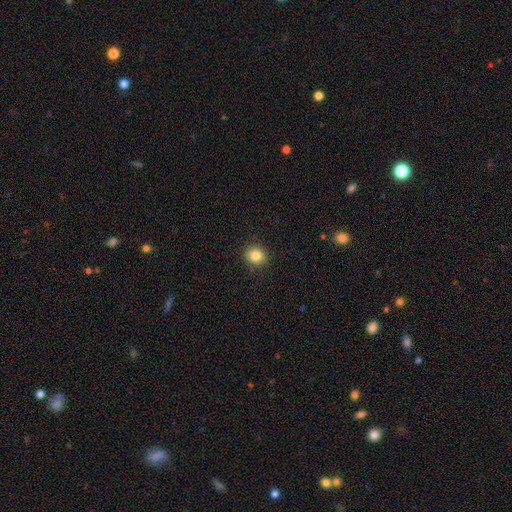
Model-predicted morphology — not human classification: smooth 83%, star or artifact 11%, featured or disk 6%. Down the decision tree: how rounded — round (87%); merging — none (91%).